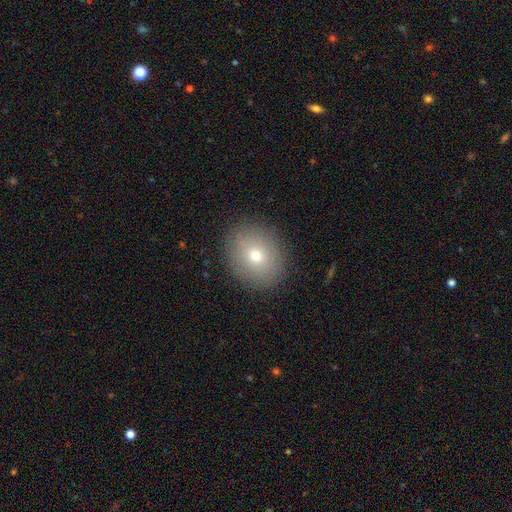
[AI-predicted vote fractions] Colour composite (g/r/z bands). It shows a smooth galaxy with no disk features (72%) that is round (62%). Merging: none (88%).